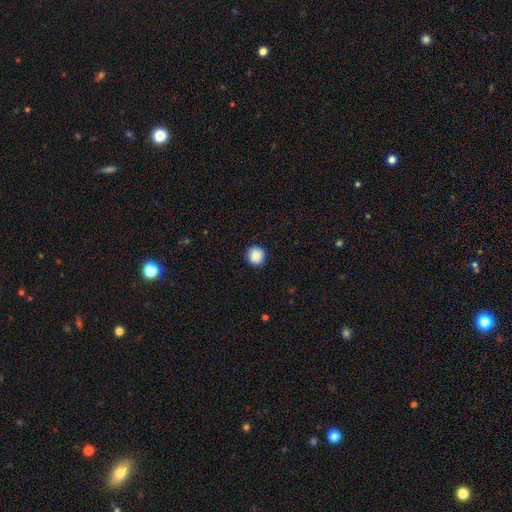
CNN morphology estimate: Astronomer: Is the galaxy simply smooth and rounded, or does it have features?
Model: smooth — 89%.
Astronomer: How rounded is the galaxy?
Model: round — 93%.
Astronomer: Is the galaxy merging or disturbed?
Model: none — 91%.